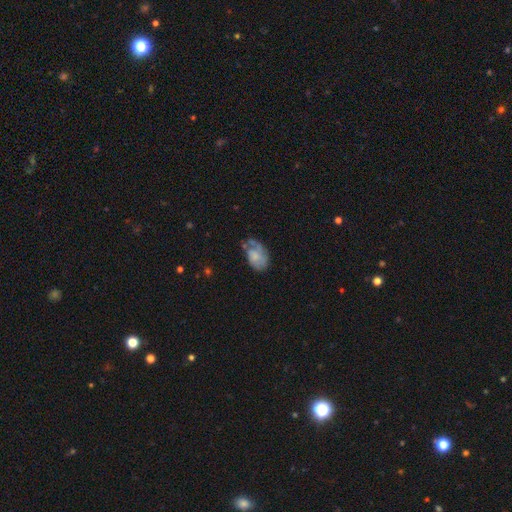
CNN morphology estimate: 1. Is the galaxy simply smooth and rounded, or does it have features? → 48% smooth, 44% featured or disk, 8% star or artifact.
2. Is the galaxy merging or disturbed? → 38% none, 32% minor disturbance, 24% major disturbance, 6% merger.